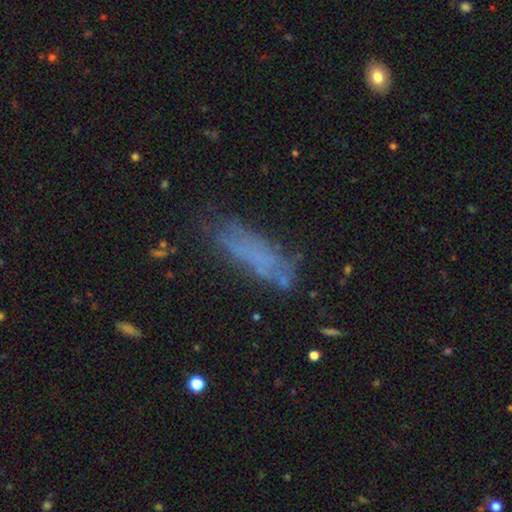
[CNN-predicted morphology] smooth-or-featured: smooth: 54% | featured or disk: 30% | star or artifact: 16%
  how-rounded: cigar-shaped: 59% | in between: 39% | round: 2%
  merging: none: 61% | minor disturbance: 22% | major disturbance: 12% | merger: 4%